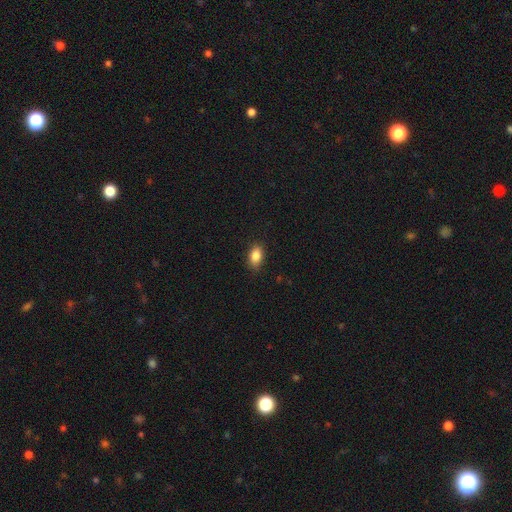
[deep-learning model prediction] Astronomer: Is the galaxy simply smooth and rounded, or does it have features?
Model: smooth — 86%.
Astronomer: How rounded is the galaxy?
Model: in between — 87%.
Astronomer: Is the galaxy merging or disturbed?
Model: none — 86%.